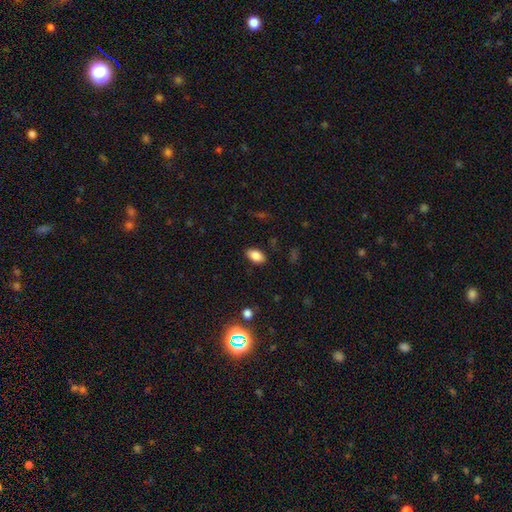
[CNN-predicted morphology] smooth_or_featured: smooth (p=0.84) [alt: star or artifact p=0.09]
how_rounded: in between (p=0.92) [alt: round p=0.06]
merging: none (p=0.86) [alt: minor disturbance p=0.10]